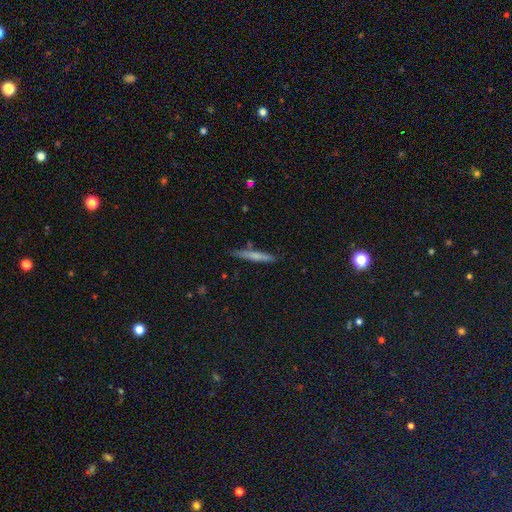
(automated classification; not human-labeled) A smooth galaxy with no disk features (59%) that is cigar-shaped (94%).

Vote fractions:
- Smooth or featured? smooth: 59% / featured or disk: 34% / star or artifact: 7%
- How rounded? cigar-shaped: 94% / in between: 4% / round: 2%
- Merging? none: 82% / minor disturbance: 12% / merger: 4% / major disturbance: 2%